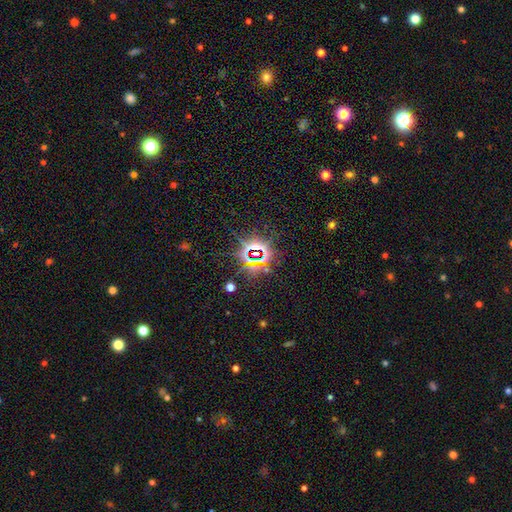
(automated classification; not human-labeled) smooth-or-featured: star or artifact: 82% | smooth: 10% | featured or disk: 8%